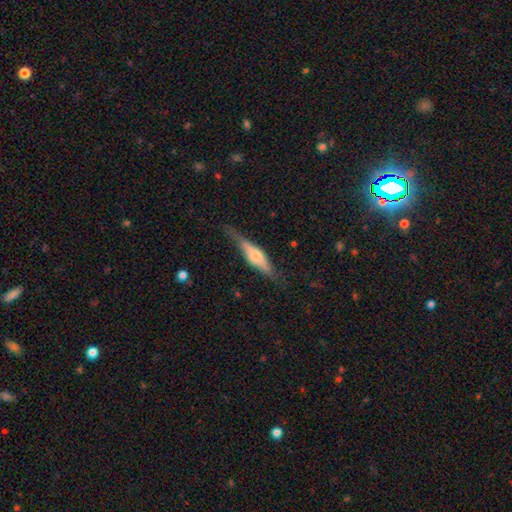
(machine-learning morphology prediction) A featured or disk galaxy (55%) viewed edge-on (92%) with a rounded central bulge (73%). Merging: none (71%).